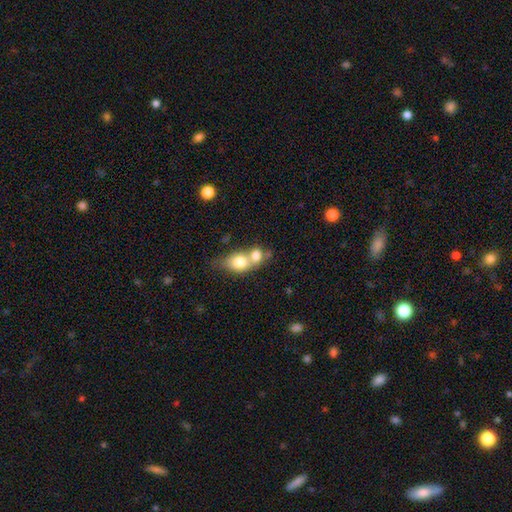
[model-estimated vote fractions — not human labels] smooth-or-featured: smooth: 75% | featured or disk: 17% | star or artifact: 8%
  how-rounded: round: 49% (tied) | in between: 49% (tied) | cigar-shaped: 2%
  merging: merger: 72% | none: 18% | minor disturbance: 6% | major disturbance: 4%